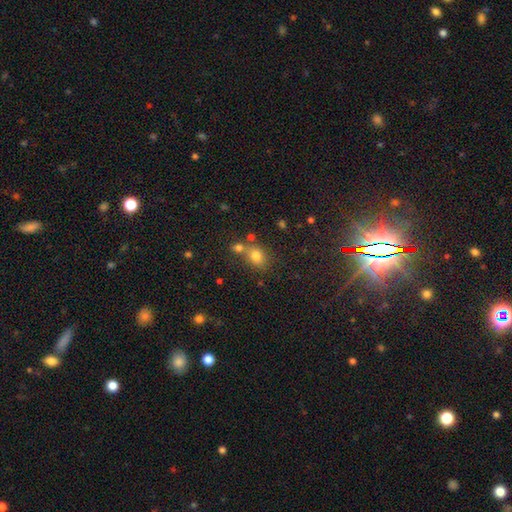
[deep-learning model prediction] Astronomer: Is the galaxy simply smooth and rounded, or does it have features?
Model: smooth — 75%.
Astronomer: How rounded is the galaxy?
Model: round — 53% (runner-up: in between, 46%).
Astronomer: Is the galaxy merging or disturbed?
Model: none — 51% (runner-up: merger, 32%).